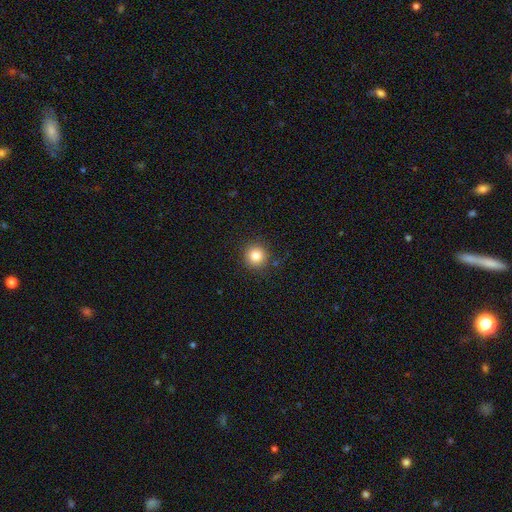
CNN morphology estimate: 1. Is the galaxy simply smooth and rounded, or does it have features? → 82% smooth, 12% star or artifact, 6% featured or disk.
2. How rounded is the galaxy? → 94% round, 5% in between, 1% cigar-shaped.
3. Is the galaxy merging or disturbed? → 89% none, 7% minor disturbance, 2% major disturbance, 2% merger.